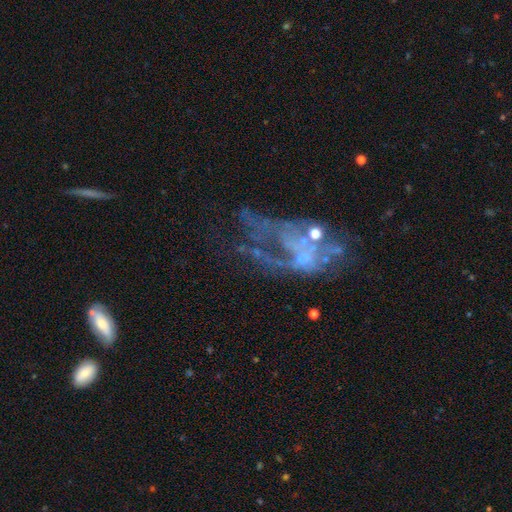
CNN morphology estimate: A featured or disk galaxy (63%) with no bar (83%), no spiral arms (74%) and no central bulge (59%). Merging: major disturbance (41%).